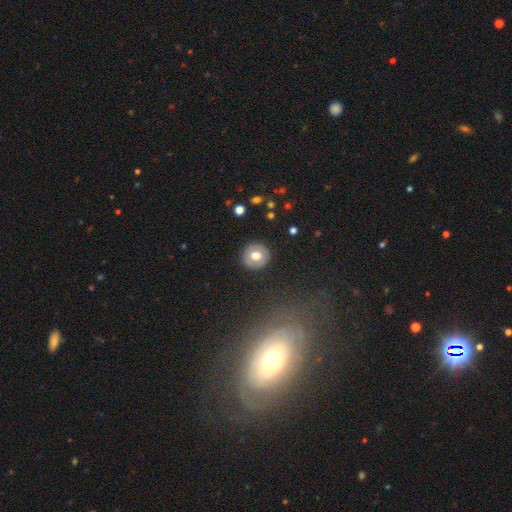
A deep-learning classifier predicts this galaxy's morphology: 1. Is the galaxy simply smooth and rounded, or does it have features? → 66% smooth, 26% featured or disk, 8% star or artifact.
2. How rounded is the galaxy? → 92% round, 7% in between, 1% cigar-shaped.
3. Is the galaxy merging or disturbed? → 90% none, 7% minor disturbance, 2% major disturbance, 1% merger.